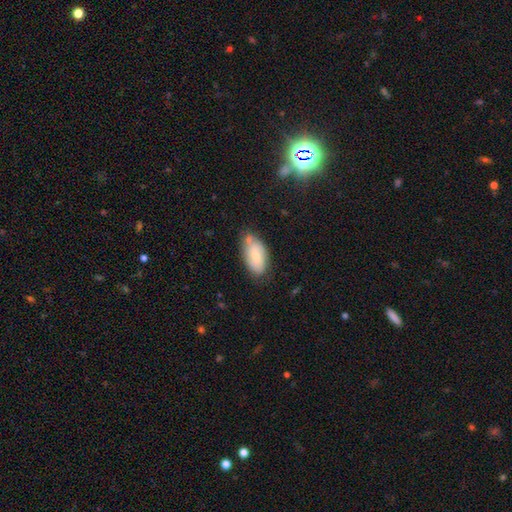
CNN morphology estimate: Smooth or featured? smooth (64%)
How rounded? in between (93%)
Merging? none (60%)